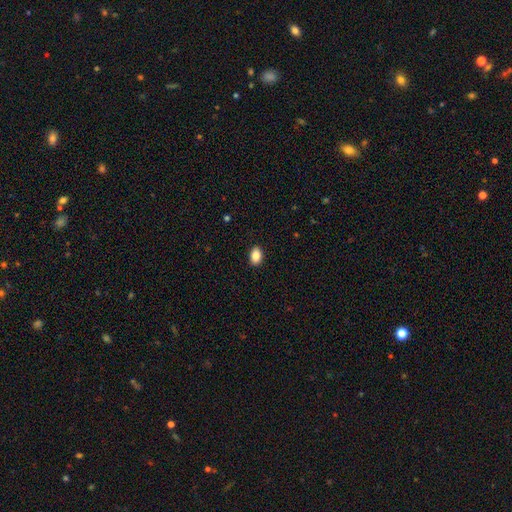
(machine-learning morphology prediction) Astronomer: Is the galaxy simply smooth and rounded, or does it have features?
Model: smooth — 87%.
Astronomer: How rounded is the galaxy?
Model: in between — 85%.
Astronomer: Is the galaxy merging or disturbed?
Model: none — 90%.